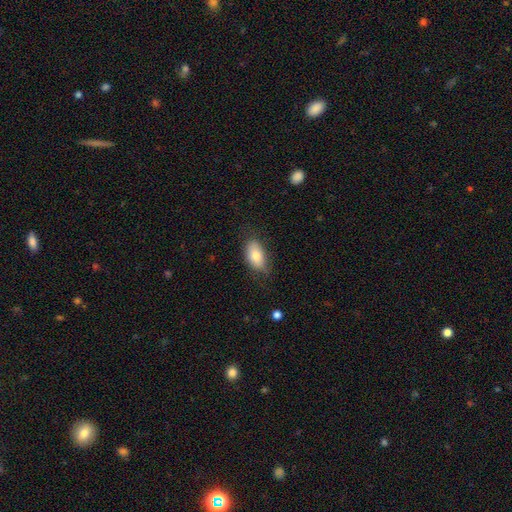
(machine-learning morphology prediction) Overall: smooth (79%). How rounded: in between (92%). Merging: none (72%).